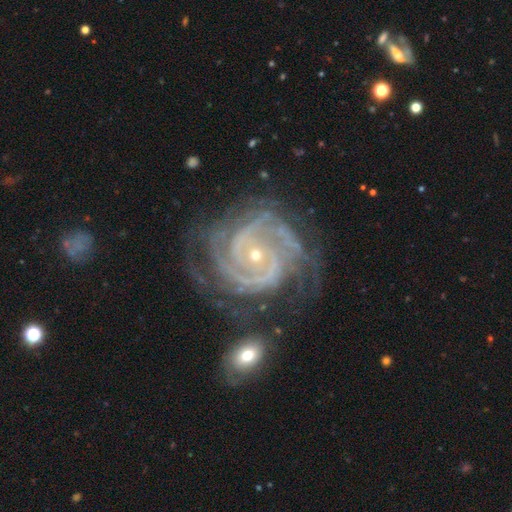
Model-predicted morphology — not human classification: Smooth or featured? featured or disk (93%)
Edge-on disk? no (98%)
Bar? no (69%)
Spiral arms? yes (99%)
Spiral winding? tight (76%)
Spiral arm count? 3 (29%)
Bulge size? small (78%)
Merging? none (64%)